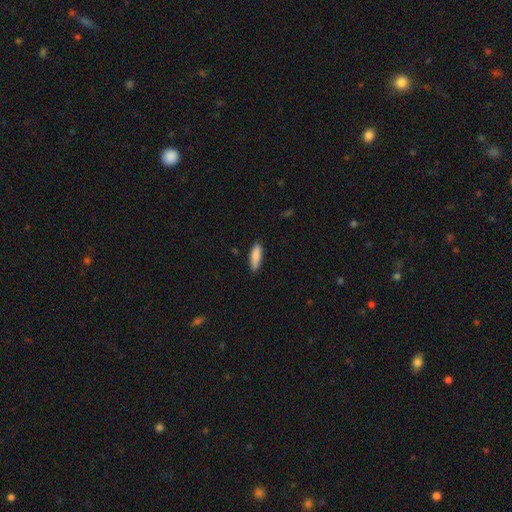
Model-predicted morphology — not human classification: This is clearly a smooth galaxy (87%). How rounded: possibly in between (51%). Merging: clearly none (84%).